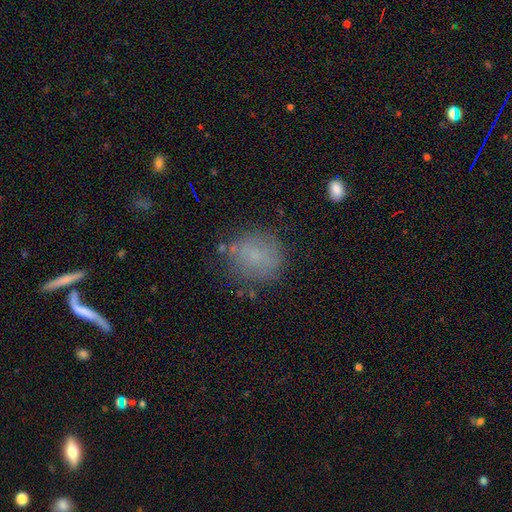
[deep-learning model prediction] Smooth or featured: smooth — 71% (featured or disk — 16%)
How rounded: round — 78% (in between — 20%)
Merging: none — 73% (minor disturbance — 17%)